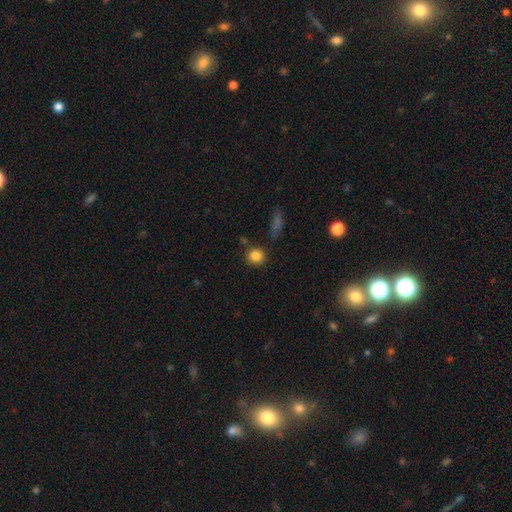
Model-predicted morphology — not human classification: type=smooth (85%); roundness=round (88%); merging=none (82%).